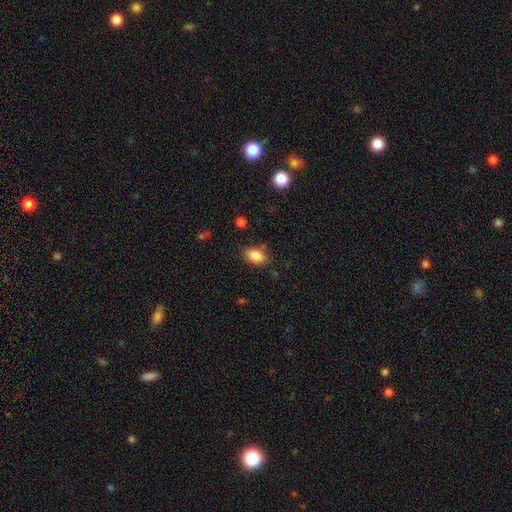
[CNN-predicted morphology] Smooth or featured: smooth — 86% (star or artifact — 8%)
How rounded: in between — 86% (round — 12%)
Merging: none — 81% (minor disturbance — 13%)